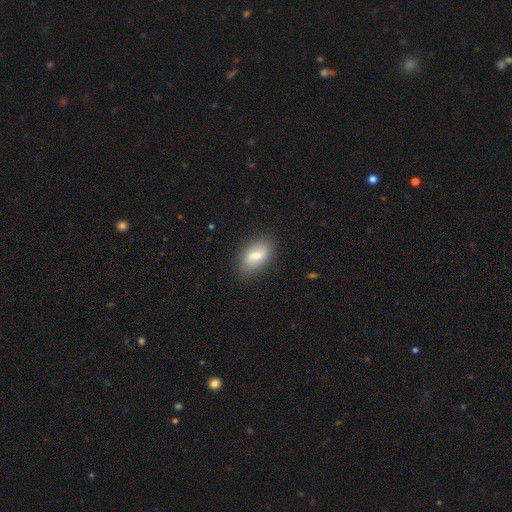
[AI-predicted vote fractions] Smooth or featured?
  - smooth: 67% *
  - featured or disk: 25%
  - star or artifact: 8%
How rounded?
  - in between: 90% *
  - round: 6%
  - cigar-shaped: 4%
Merging?
  - none: 78% *
  - minor disturbance: 16%
  - major disturbance: 4%
  - merger: 2%